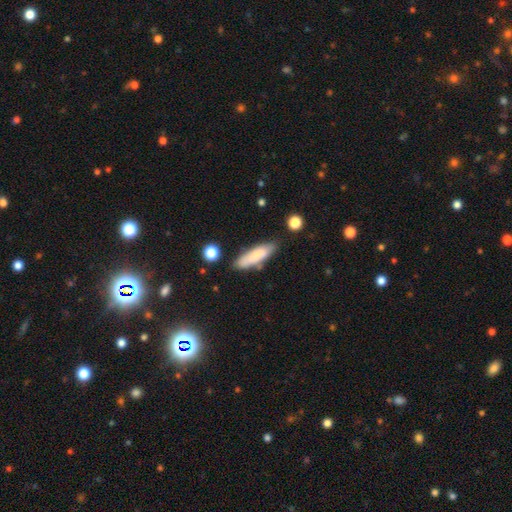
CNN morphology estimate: The model was most divided on "how rounded": cigar-shaped: 61%, in between: 37%, round: 2%. More confident: smooth or featured — smooth (77%); merging — none (76%).